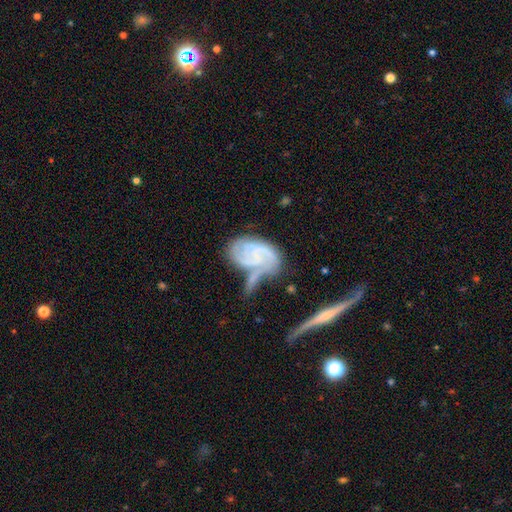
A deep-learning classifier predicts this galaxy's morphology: A featured or disk galaxy (75%) with no bar (57%), 2 (37%) tight (46%) spiral arms (92%) and a small central bulge (51%).

Vote fractions:
- Smooth or featured? featured or disk: 75% / smooth: 17% / star or artifact: 7%
- Edge-on disk? no: 96% / yes: 4%
- Bar? no: 57% / weak: 34% / strong: 9%
- Spiral arms? yes: 92% / no: 8%
- Spiral winding? tight: 46% / medium: 39% / loose: 15%
- Spiral arm count? 2: 37% / 3: 26% / can't tell: 22% / 4: 6% / 1: 5% / more than 4: 4%
- Bulge size? small: 51% / none: 36% / moderate: 11% / large: 2% / dominant: 1%
- Merging? none: 35% / merger: 27% / minor disturbance: 21% / major disturbance: 17%